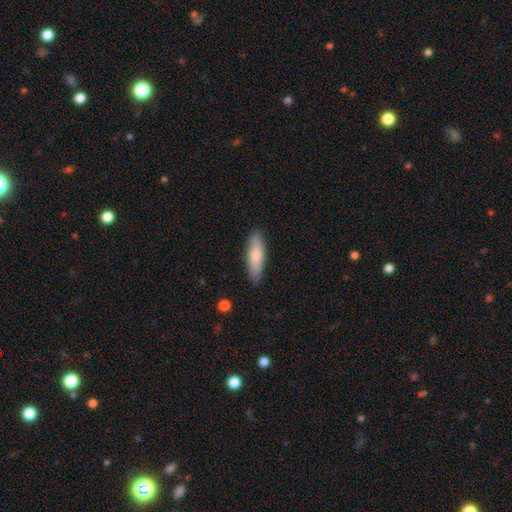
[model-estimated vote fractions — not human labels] smooth-or-featured: smooth: 76% | featured or disk: 19% | star or artifact: 6%
  how-rounded: cigar-shaped: 51% | in between: 47% | round: 2%
  merging: none: 84% | minor disturbance: 12% | major disturbance: 2% | merger: 1%